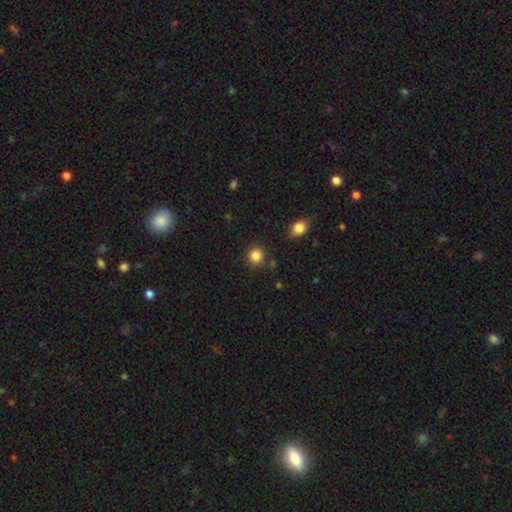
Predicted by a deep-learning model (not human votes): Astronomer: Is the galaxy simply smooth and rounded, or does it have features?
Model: smooth — 85%.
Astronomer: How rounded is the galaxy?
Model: round — 91%.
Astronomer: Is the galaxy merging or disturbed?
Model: none — 87%.